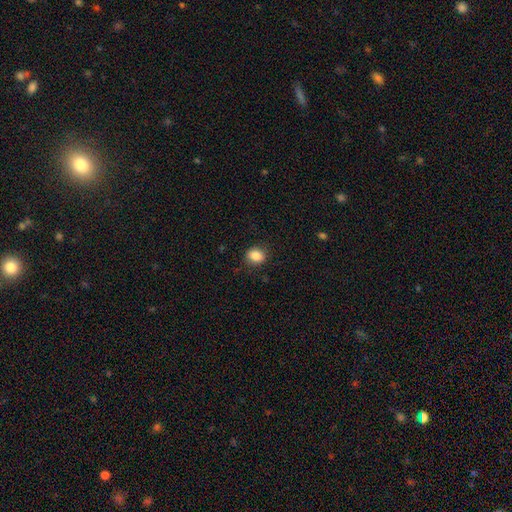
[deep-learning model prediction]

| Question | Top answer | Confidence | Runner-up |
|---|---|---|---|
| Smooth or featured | smooth | 86% | star or artifact (9%) |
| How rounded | round | 57% | in between (42%) |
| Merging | none | 87% | minor disturbance (9%) |